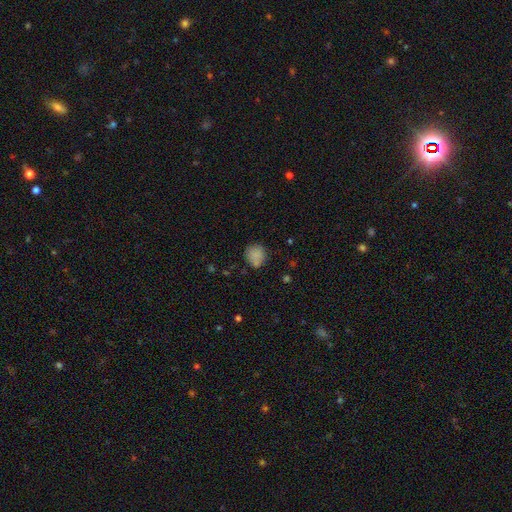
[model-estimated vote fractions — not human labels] smooth 82%, star or artifact 10%, featured or disk 8%. Down the decision tree: how rounded — round (86%); merging — none (72%).